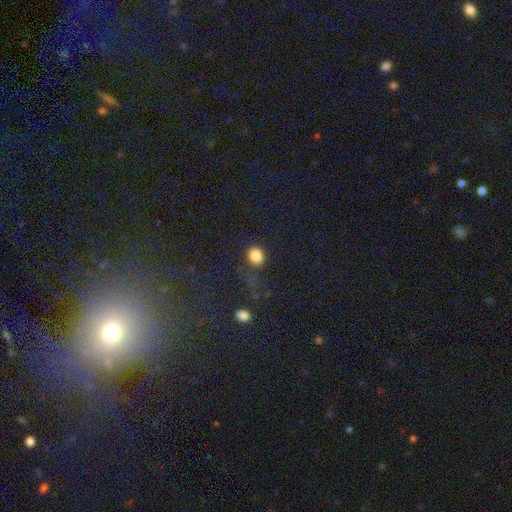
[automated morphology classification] This is clearly a smooth galaxy (85%). How rounded: possibly round (60%). Merging: likely none (77%).